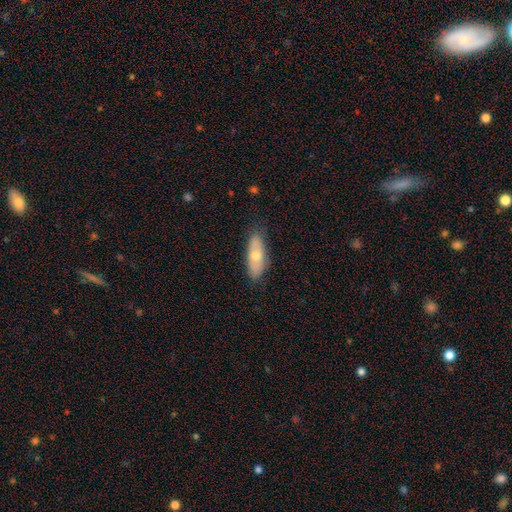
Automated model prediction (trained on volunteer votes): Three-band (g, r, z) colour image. It shows a smooth galaxy with no disk features (61%) that is in between round and cigar-shaped (70%). Merging: none (81%).